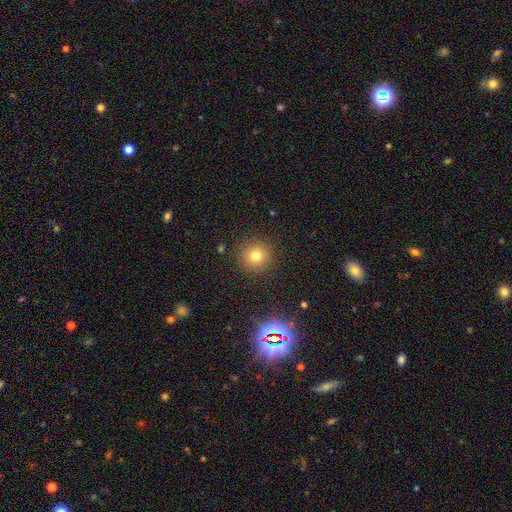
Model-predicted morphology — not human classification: This appears to be a smooth galaxy with no disk features (75%) that is round (95%). Merging: none (90%).